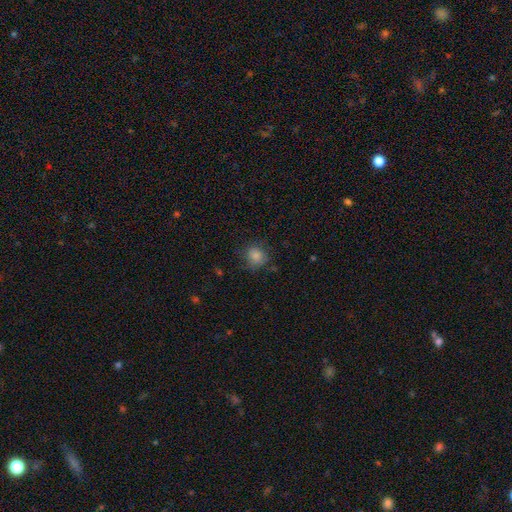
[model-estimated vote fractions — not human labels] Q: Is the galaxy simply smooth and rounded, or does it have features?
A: smooth — 83%.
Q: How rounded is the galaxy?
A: round — 80%.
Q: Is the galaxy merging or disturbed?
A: none — 73%.